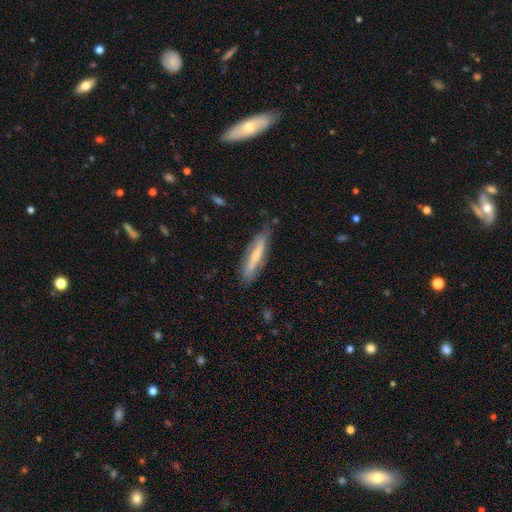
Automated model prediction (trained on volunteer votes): A featured or disk galaxy (49%). Merging: none (74%).